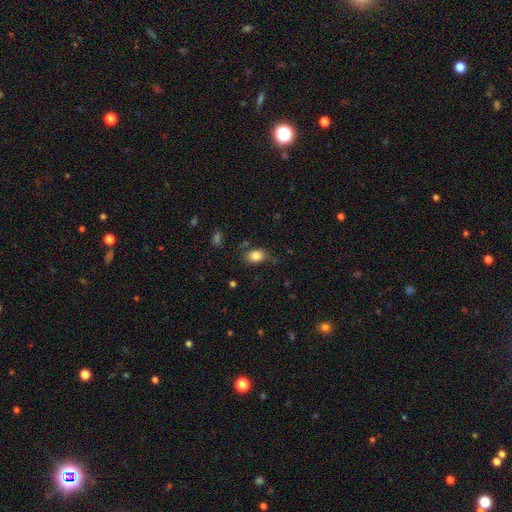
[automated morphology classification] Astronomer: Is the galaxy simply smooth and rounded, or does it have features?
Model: smooth — 83%.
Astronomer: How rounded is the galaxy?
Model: in between — 72%.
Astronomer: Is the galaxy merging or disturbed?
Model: none — 71%.